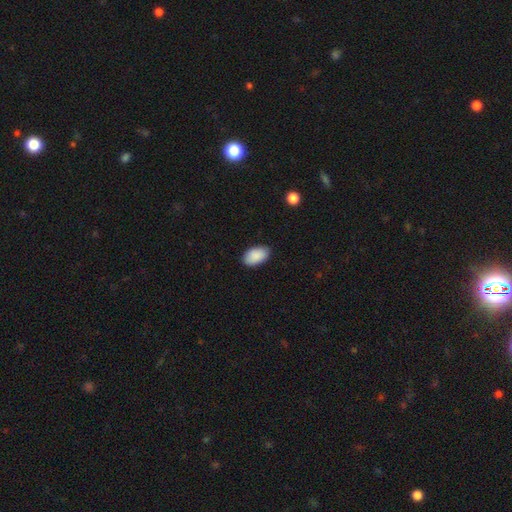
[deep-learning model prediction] Smooth or featured: smooth — 90% (star or artifact — 6%)
How rounded: in between — 94% (round — 4%)
Merging: none — 86% (minor disturbance — 11%)